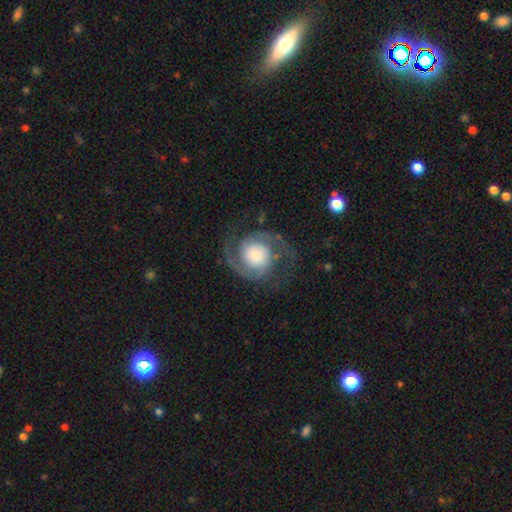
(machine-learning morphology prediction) Smooth or featured: featured or disk — 86% (smooth — 9%)
Edge-on disk: no — 98% (yes — 2%)
Bar: no — 75% (weak — 19%)
Spiral arms: yes — 97% (no — 3%)
Spiral winding: medium — 49% (tight — 35%)
Spiral arm count: 2 — 92% (can't tell — 2%)
Bulge size: large — 31% (small — 27%)
Merging: none — 74% (minor disturbance — 14%)